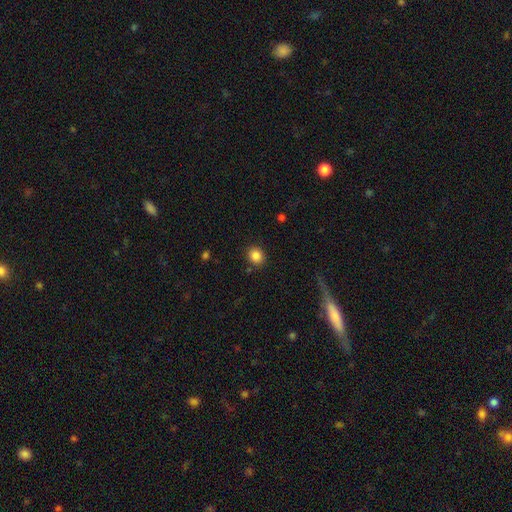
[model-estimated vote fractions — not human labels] Smooth or featured?
  - smooth: 85% *
  - star or artifact: 10%
  - featured or disk: 5%
How rounded?
  - round: 76% *
  - in between: 23%
  - cigar-shaped: 1%
Merging?
  - none: 87% *
  - minor disturbance: 8%
  - major disturbance: 3%
  - merger: 2%